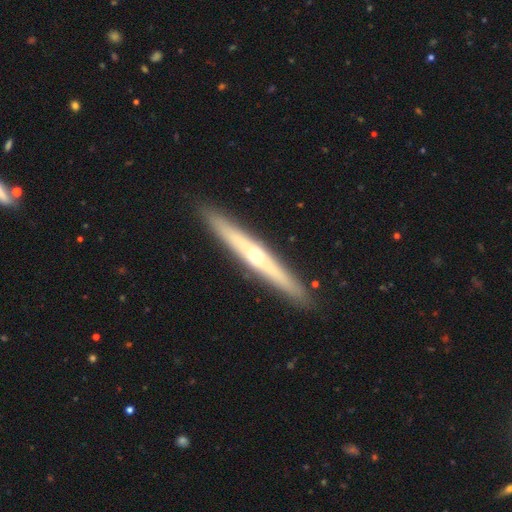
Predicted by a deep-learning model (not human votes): Smooth or featured: featured or disk — 69% (smooth — 25%)
Edge-on disk: yes — 93% (no — 7%)
Edge-on bulge: rounded — 81% (none — 16%)
Merging: none — 91% (minor disturbance — 6%)